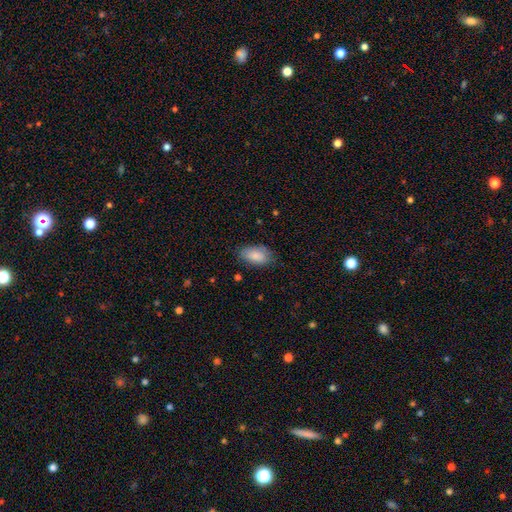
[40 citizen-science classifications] Smooth or featured?
  - smooth: 85% *
  - featured or disk: 10%
  - star or artifact: 5%
How rounded?
  - in between: 91% *
  - round: 9%
  - cigar-shaped: 0%
Merging?
  - none: 82% *
  - minor disturbance: 13%
  - major disturbance: 3%
  - merger: 3%